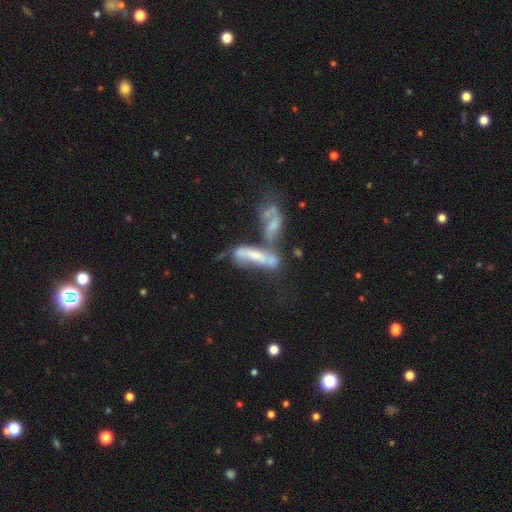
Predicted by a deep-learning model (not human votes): Morphology: type=featured or disk (54%); edge-on=no (73%); merging=merger (63%).